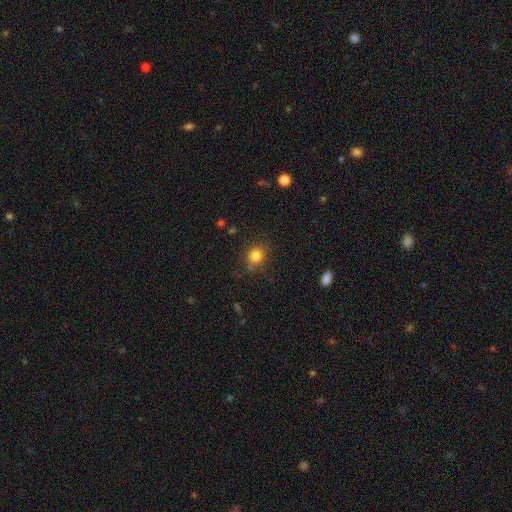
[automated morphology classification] Q: Smooth or featured?
A: smooth (83%); runner-up: star or artifact (11%)
Q: How rounded?
A: round (71%); runner-up: in between (28%)
Q: Merging?
A: none (81%); runner-up: minor disturbance (14%)